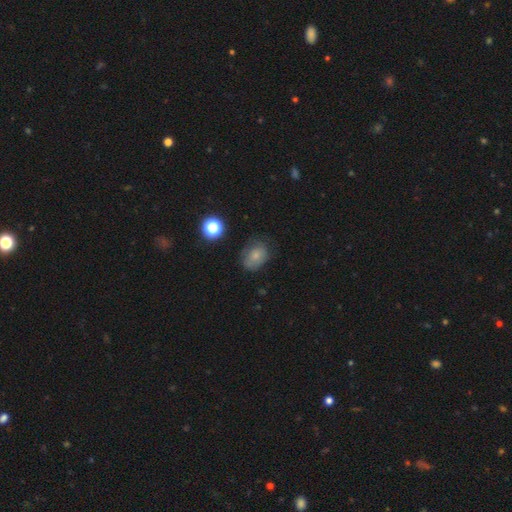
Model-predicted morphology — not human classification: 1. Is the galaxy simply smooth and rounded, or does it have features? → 74% smooth, 15% featured or disk, 12% star or artifact.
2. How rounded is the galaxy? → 63% in between, 36% round, 1% cigar-shaped.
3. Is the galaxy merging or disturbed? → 63% none, 26% minor disturbance, 9% major disturbance, 2% merger.